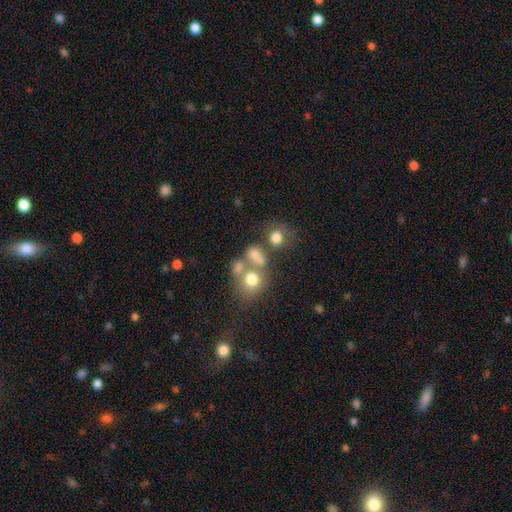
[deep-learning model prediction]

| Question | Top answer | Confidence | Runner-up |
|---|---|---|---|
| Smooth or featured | smooth | 66% | star or artifact (18%) |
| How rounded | round | 65% | in between (33%) |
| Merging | merger | 40% | none (39%) |